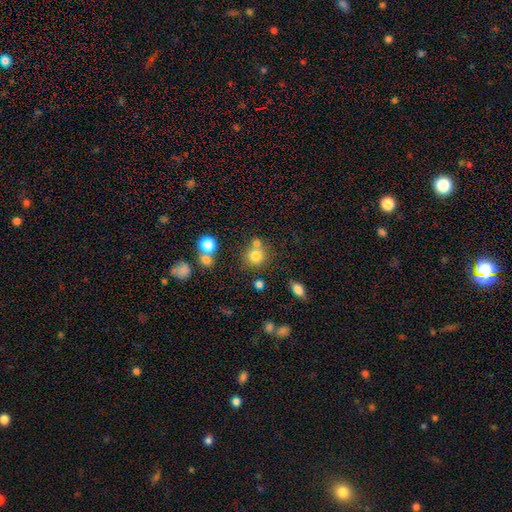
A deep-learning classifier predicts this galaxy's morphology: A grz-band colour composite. It shows a smooth galaxy with no disk features (77%) that is round (89%). Merging: none (65%).